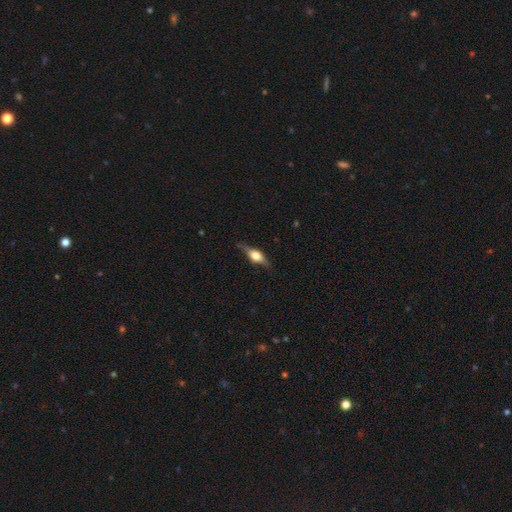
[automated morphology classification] Smooth or featured: featured or disk — 65% (smooth — 28%)
Edge-on disk: yes — 94% (no — 6%)
Edge-on bulge: rounded — 90% (boxy — 9%)
Merging: none — 76% (minor disturbance — 17%)